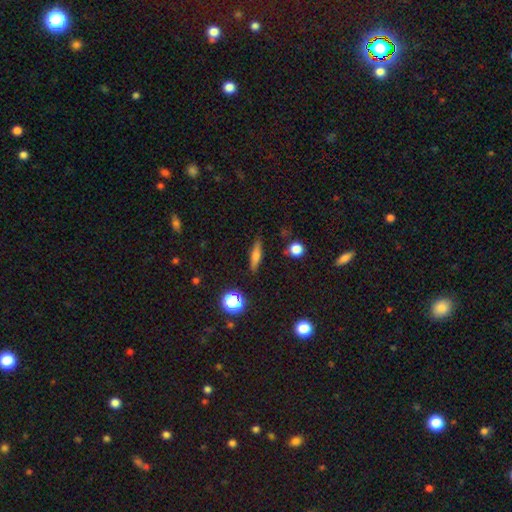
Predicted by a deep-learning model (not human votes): This is likely a smooth galaxy (62%). How rounded: likely cigar-shaped (70%). Merging: clearly none (86%).